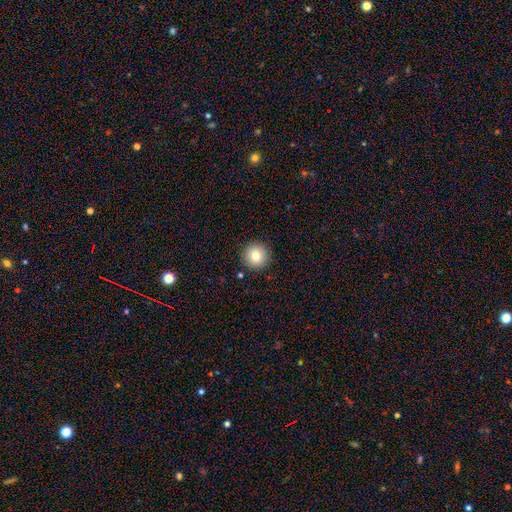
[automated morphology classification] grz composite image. It shows a smooth galaxy with no disk features (82%) that is round (95%). Merging: none (90%).